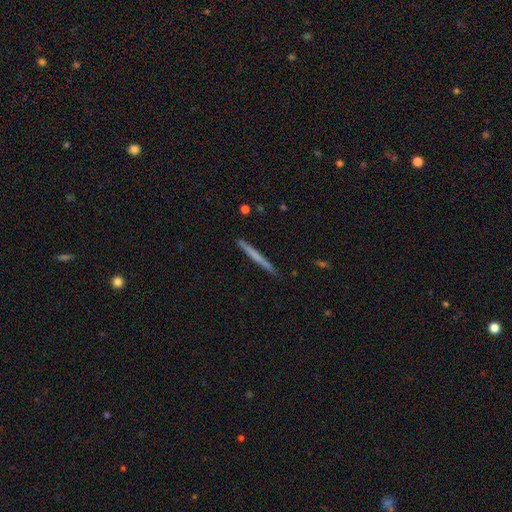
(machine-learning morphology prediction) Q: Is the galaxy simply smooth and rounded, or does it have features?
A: smooth — 54%.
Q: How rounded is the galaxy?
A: cigar-shaped — 97%.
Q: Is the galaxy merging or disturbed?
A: none — 91%.